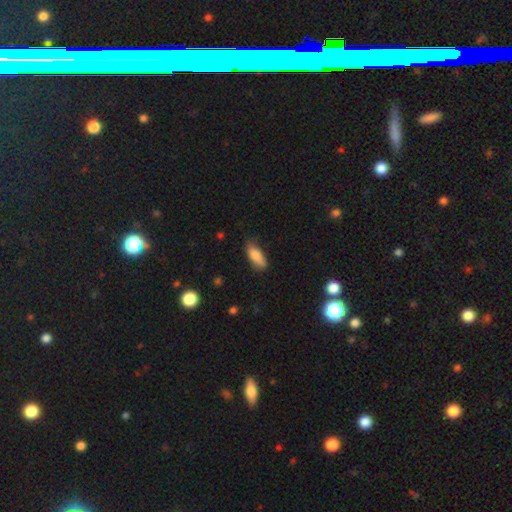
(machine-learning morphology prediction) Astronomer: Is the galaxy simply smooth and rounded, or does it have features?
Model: smooth — 85%.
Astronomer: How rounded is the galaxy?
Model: in between — 74%.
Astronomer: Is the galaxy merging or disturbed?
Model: none — 73%.